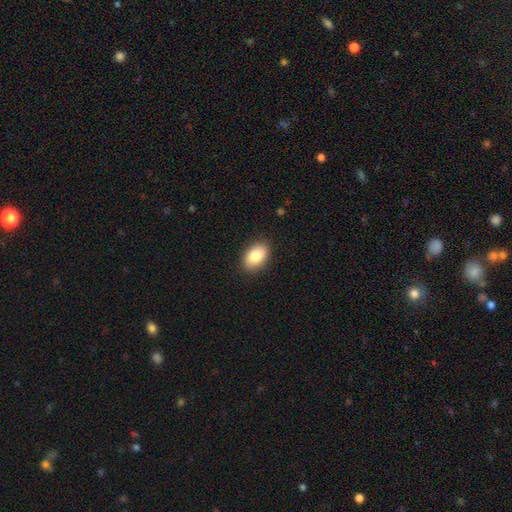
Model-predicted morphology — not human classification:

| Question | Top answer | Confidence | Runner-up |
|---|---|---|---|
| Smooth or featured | smooth | 84% | featured or disk (8%) |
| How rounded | in between | 89% | round (10%) |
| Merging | none | 88% | minor disturbance (9%) |